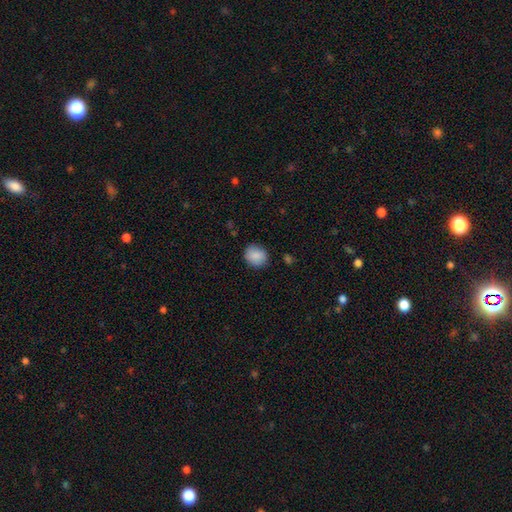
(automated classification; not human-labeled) Smooth or featured? smooth (88%)
How rounded? round (69%)
Merging? none (85%)